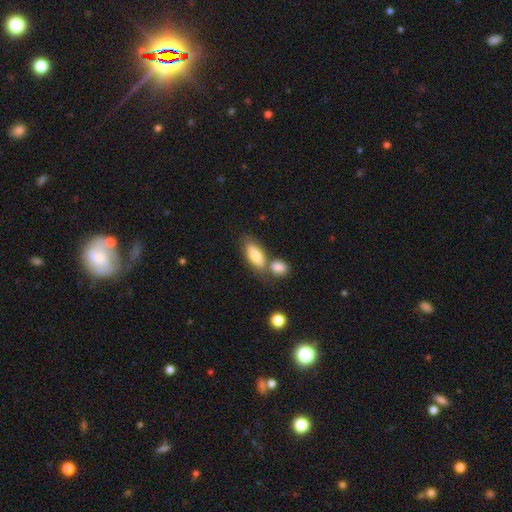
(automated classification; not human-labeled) smooth-or-featured: smooth: 81% | featured or disk: 13% | star or artifact: 6%
  how-rounded: in between: 83% | cigar-shaped: 13% | round: 4%
  merging: none: 45% | merger: 38% | minor disturbance: 12% | major disturbance: 4%